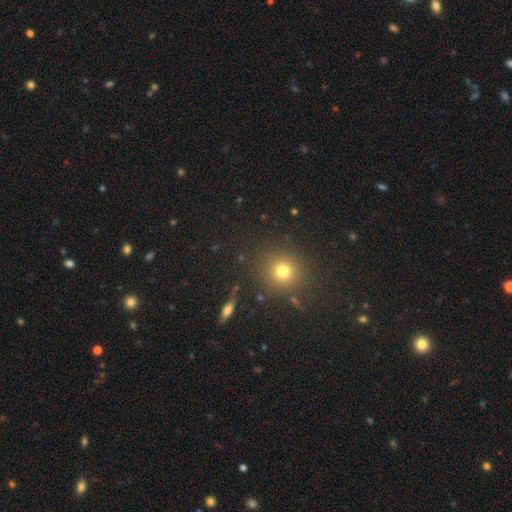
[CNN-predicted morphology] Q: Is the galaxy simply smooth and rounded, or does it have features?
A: smooth — 55%.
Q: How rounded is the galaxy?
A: round — 90%.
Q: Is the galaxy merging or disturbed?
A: none — 87%.